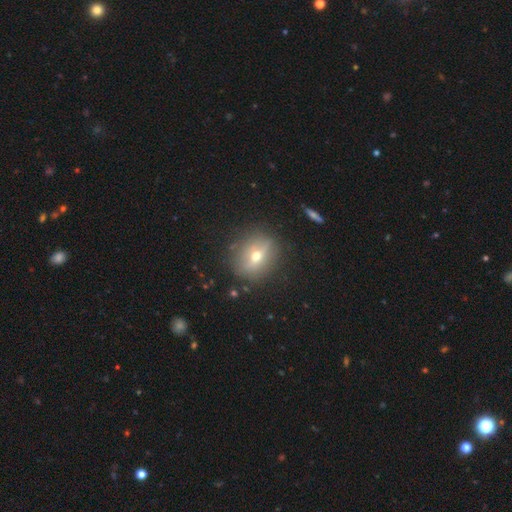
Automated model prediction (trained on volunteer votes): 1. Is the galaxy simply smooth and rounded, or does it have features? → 47% featured or disk, 39% smooth, 14% star or artifact.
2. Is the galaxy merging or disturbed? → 82% none, 12% minor disturbance, 4% major disturbance, 2% merger.